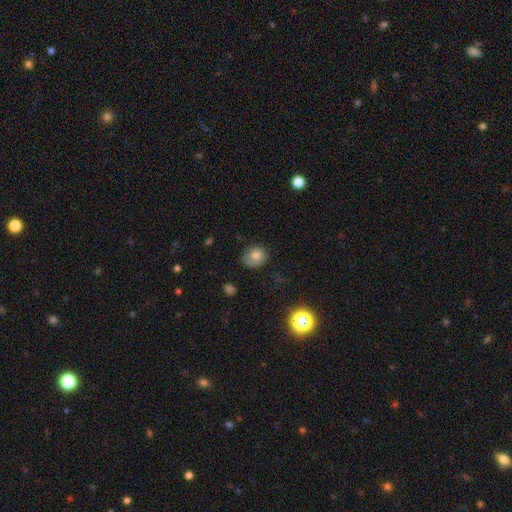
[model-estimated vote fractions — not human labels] Morphology: type=smooth (73%); roundness=round (59%); merging=none (62%).